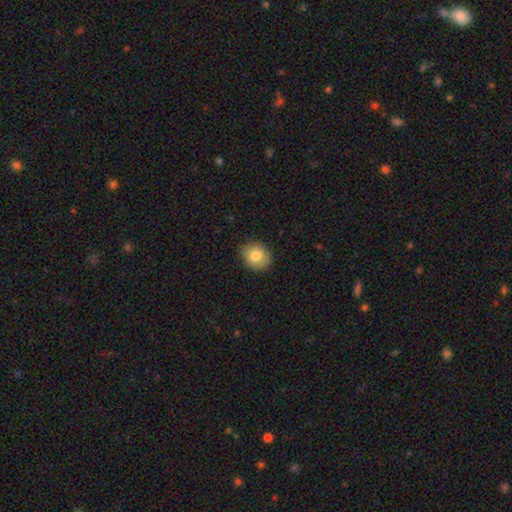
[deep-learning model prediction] smooth-or-featured: smooth: 80% | featured or disk: 11% | star or artifact: 9%
  how-rounded: round: 68% | in between: 31% | cigar-shaped: 1%
  merging: none: 88% | minor disturbance: 9% | major disturbance: 2% | merger: 1%